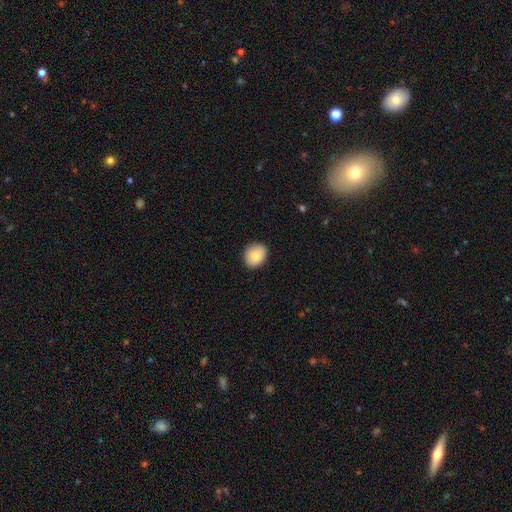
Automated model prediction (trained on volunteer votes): This appears to be a smooth galaxy with no disk features (84%) that is round (62%). Merging: none (88%).